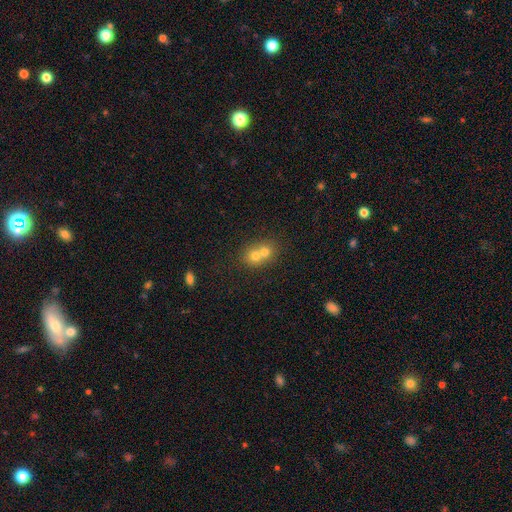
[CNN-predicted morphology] Smooth or featured?
  - smooth: 63% *
  - featured or disk: 19%
  - star or artifact: 18%
How rounded?
  - round: 73% *
  - in between: 26%
  - cigar-shaped: 1%
Merging?
  - merger: 60% *
  - none: 33%
  - minor disturbance: 5%
  - major disturbance: 2%